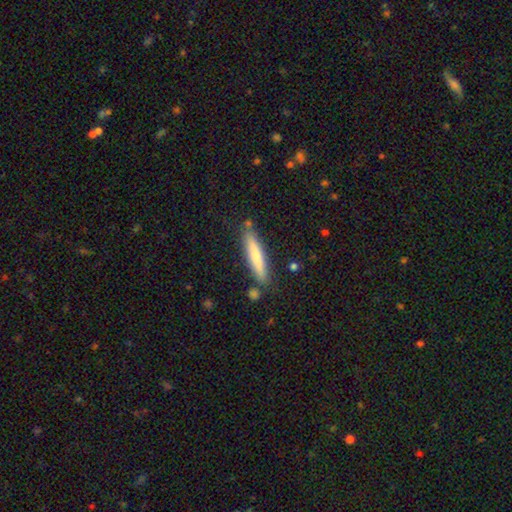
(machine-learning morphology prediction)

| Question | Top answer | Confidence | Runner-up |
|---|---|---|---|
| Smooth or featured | smooth | 72% | featured or disk (22%) |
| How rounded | cigar-shaped | 92% | in between (7%) |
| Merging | none | 83% | minor disturbance (11%) |